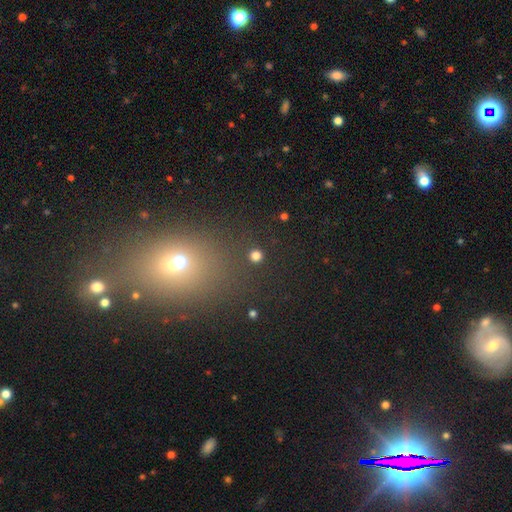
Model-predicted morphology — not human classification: This appears to be a smooth galaxy with no disk features (78%) that is round (94%). Merging: none (90%).